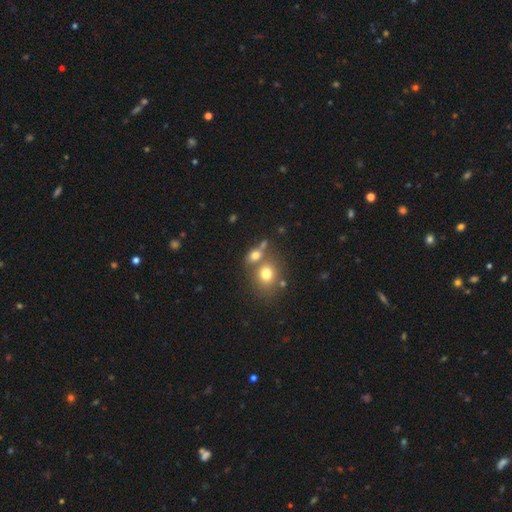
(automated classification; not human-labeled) smooth-or-featured: smooth: 72% | featured or disk: 15% | star or artifact: 13%
  how-rounded: in between: 52% | round: 44% | cigar-shaped: 3%
  merging: none: 45% | merger: 41% | minor disturbance: 10% | major disturbance: 5%